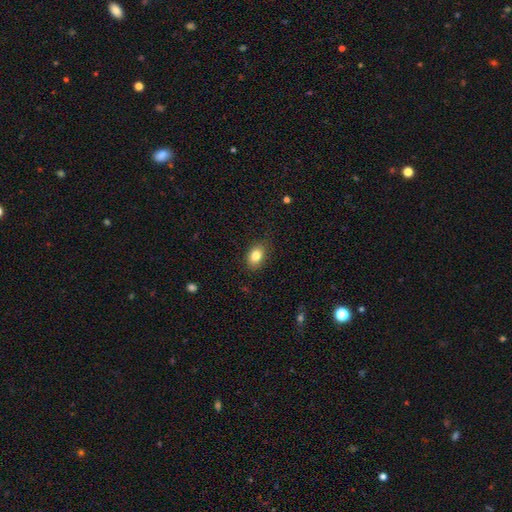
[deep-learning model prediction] Smooth or featured? Predicted: smooth (p=0.83). How rounded? Predicted: in between (p=0.81). Merging? Predicted: none (p=0.83).